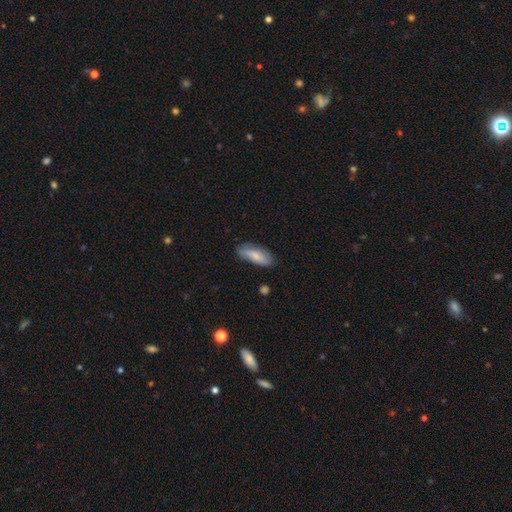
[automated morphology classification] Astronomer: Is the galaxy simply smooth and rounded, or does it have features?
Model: smooth — 76%.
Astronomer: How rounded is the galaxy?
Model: in between — 70%.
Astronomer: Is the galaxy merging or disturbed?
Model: none — 67%.